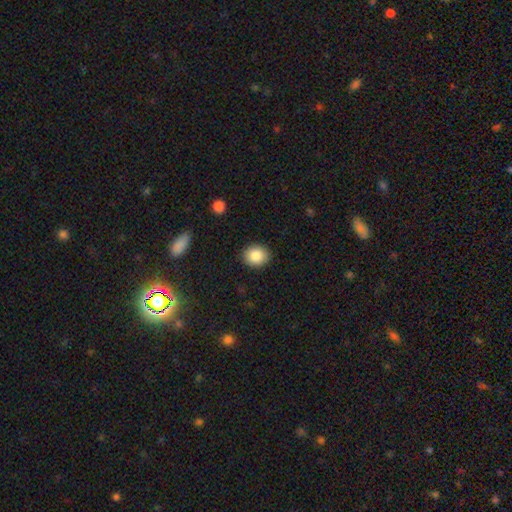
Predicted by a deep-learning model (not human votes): The model was most divided on "how rounded": round: 68%, in between: 31%, cigar-shaped: 1%. More confident: merging — none (90%); smooth or featured — smooth (86%).